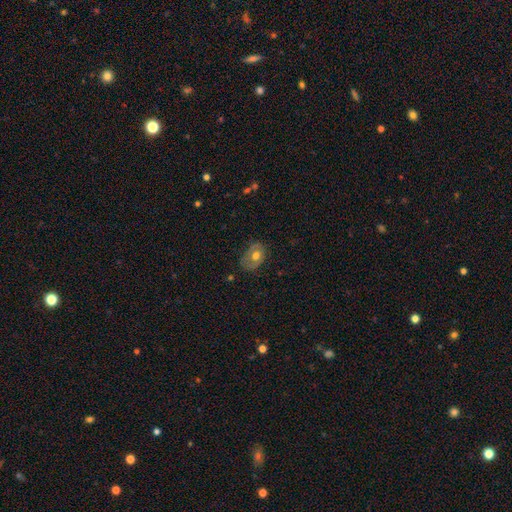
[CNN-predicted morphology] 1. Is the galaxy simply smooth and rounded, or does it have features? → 51% smooth, 41% featured or disk, 8% star or artifact.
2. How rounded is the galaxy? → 72% in between, 27% round, 1% cigar-shaped.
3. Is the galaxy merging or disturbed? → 68% none, 23% minor disturbance, 7% major disturbance, 1% merger.